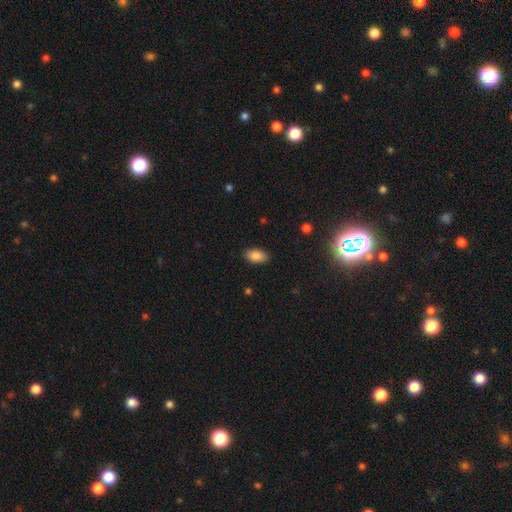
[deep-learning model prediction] A smooth galaxy with no disk features (86%) that is in between round and cigar-shaped (93%).

Vote fractions:
- Smooth or featured? smooth: 86% / star or artifact: 8% / featured or disk: 6%
- How rounded? in between: 93% / round: 4% / cigar-shaped: 3%
- Merging? none: 87% / minor disturbance: 10% / major disturbance: 2% / merger: 1%